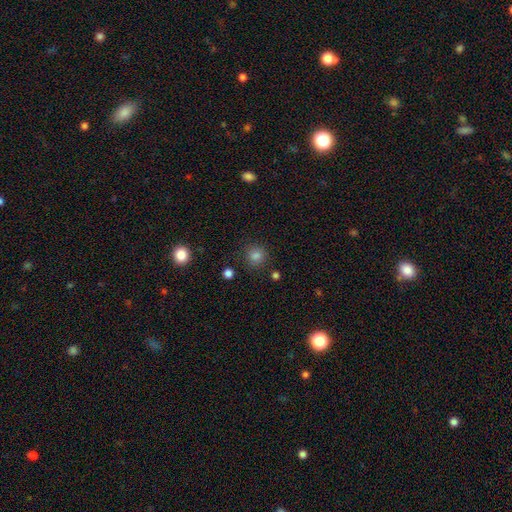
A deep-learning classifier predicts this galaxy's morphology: smooth_or_featured: smooth (p=0.82) [alt: star or artifact p=0.14]
how_rounded: round (p=0.89) [alt: in between p=0.10]
merging: none (p=0.85) [alt: minor disturbance p=0.09]